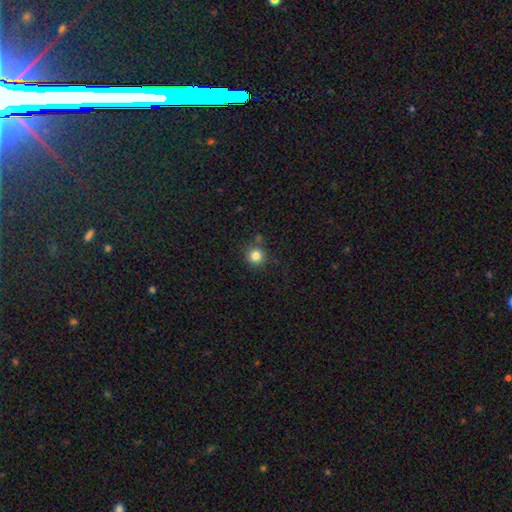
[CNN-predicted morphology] Smooth or featured: smooth — 83% (star or artifact — 12%)
How rounded: round — 94% (in between — 6%)
Merging: none — 80% (minor disturbance — 10%)